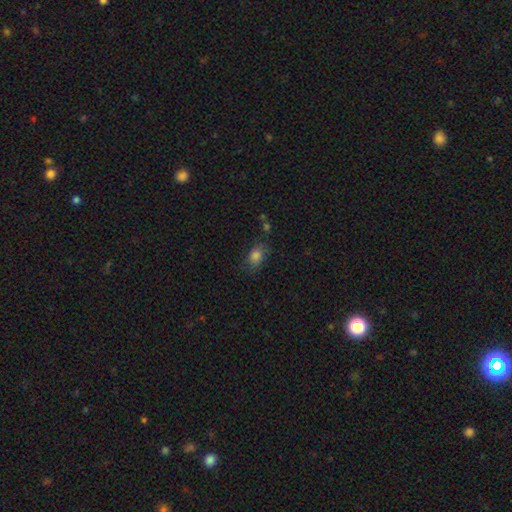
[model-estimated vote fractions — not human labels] This appears to be a smooth galaxy with no disk features (81%) that is in between round and cigar-shaped (77%). Merging: none (69%).